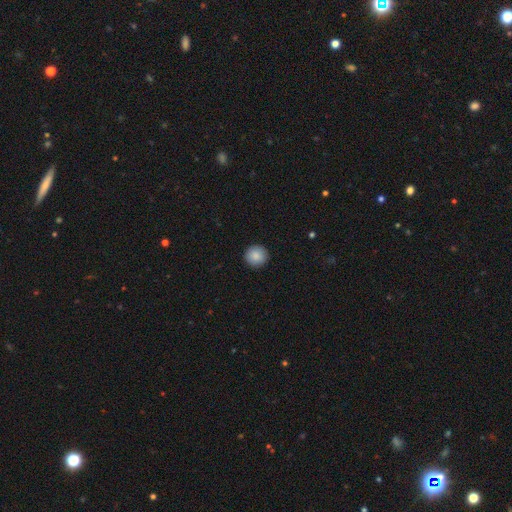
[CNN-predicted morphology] A smooth galaxy with no disk features (88%) that is round (95%). Merging: none (93%).